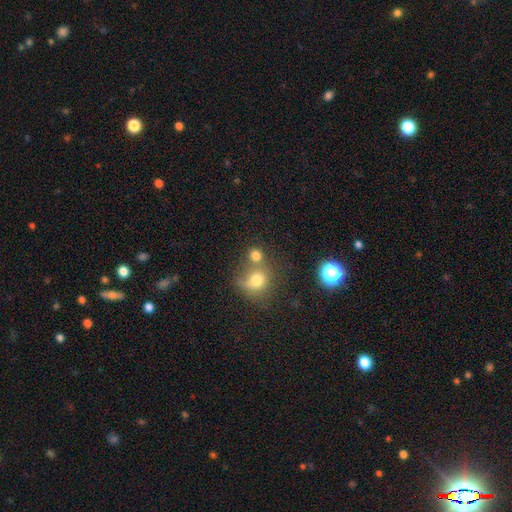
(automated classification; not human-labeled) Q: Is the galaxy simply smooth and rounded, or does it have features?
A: smooth — 75%.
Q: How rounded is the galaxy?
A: round — 81%.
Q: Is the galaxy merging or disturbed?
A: none — 52%.